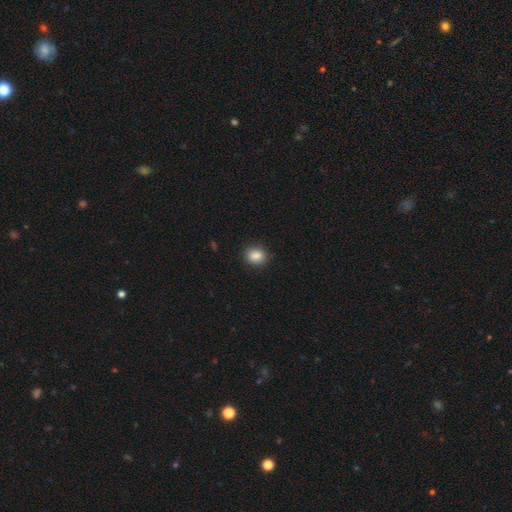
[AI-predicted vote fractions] Morphology: type=smooth (87%); roundness=round (58%); merging=none (86%).